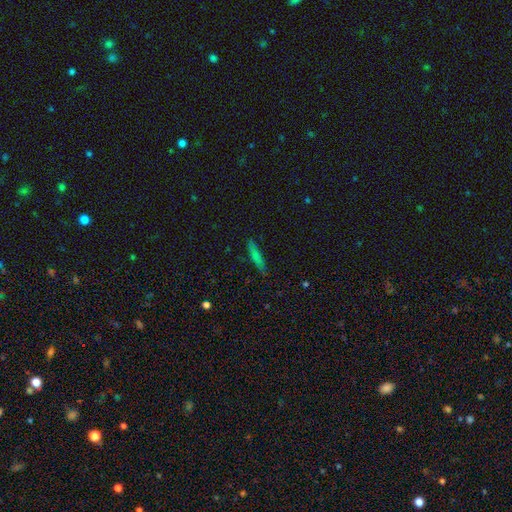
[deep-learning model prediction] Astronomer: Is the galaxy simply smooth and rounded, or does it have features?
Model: smooth — 60%.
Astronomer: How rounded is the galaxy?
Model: cigar-shaped — 92%.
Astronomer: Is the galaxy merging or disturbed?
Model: none — 87%.